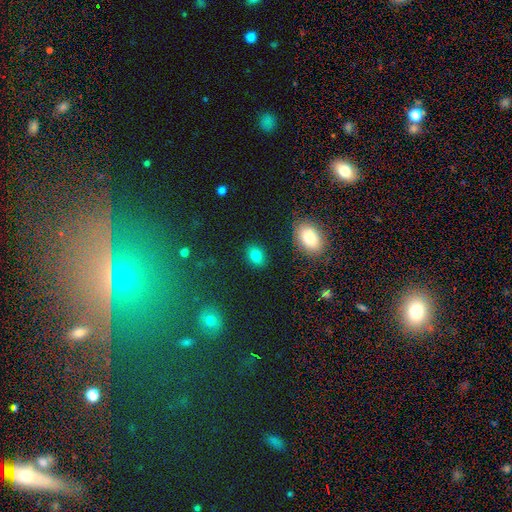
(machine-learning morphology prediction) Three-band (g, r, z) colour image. It shows a smooth galaxy with no disk features (82%) that is in between round and cigar-shaped (75%). Merging: none (87%).